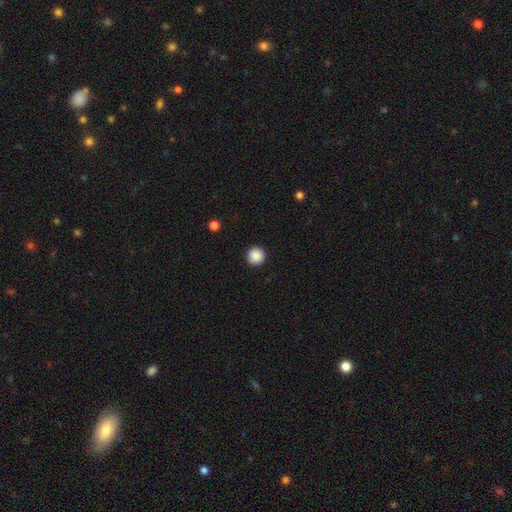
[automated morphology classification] smooth_or_featured: smooth (p=0.89) [alt: star or artifact p=0.09]
how_rounded: round (p=0.96) [alt: in between p=0.03]
merging: none (p=0.93) [alt: minor disturbance p=0.04]